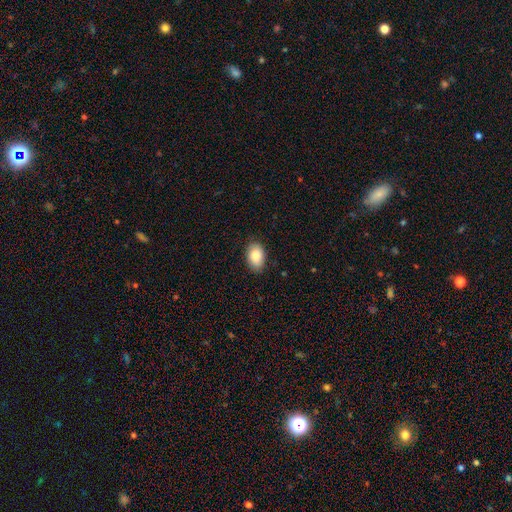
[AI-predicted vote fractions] Q: Smooth or featured?
A: smooth (85%); runner-up: featured or disk (8%)
Q: How rounded?
A: in between (90%); runner-up: round (9%)
Q: Merging?
A: none (84%); runner-up: minor disturbance (12%)